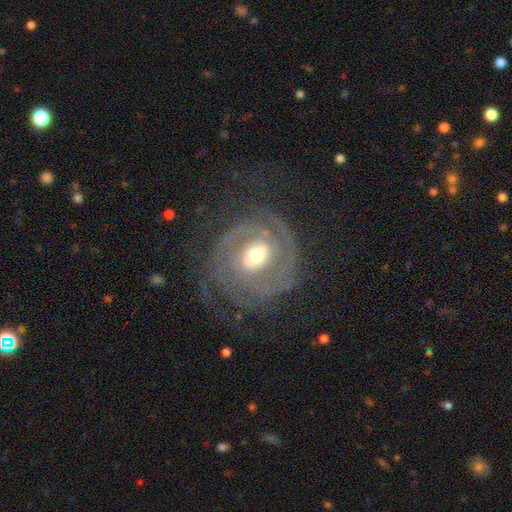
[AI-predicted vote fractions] featured or disk 89%, smooth 6%, star or artifact 5%. Down the decision tree: edge-on disk — no (97%); bar — weak (48%); spiral arms — yes (96%); spiral arm count — 2 (52%); spiral winding — tight (63%); bulge size — moderate (68%); merging — none (69%).